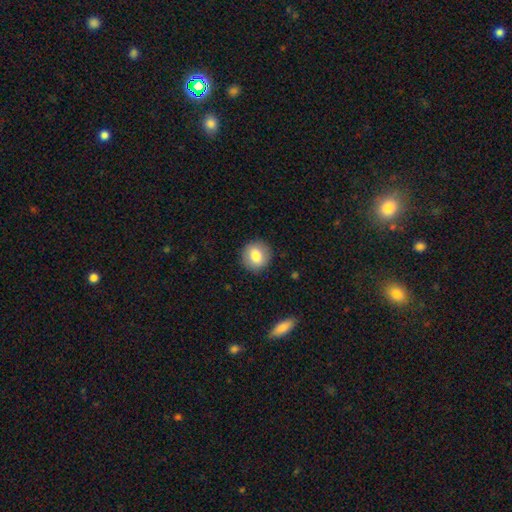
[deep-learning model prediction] Morphology: type=smooth (80%); roundness=round (88%); merging=none (89%).